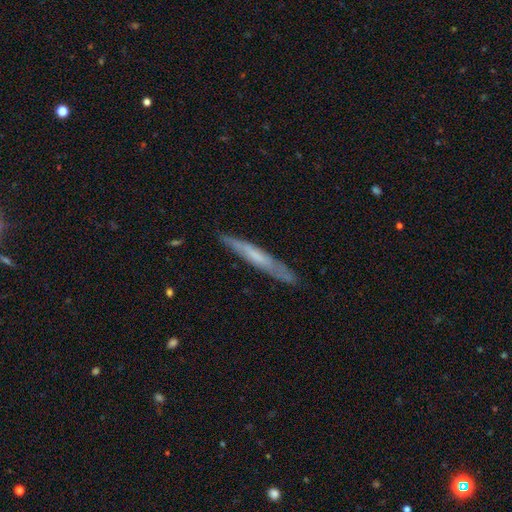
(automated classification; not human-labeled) This appears to be a featured or disk galaxy (51%) viewed edge-on (85%). Merging: none (85%).